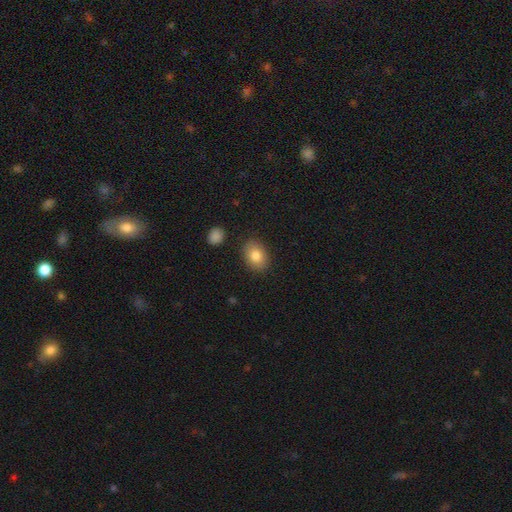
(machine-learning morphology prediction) Q: Smooth or featured?
A: smooth (83%); runner-up: featured or disk (9%)
Q: How rounded?
A: in between (71%); runner-up: round (28%)
Q: Merging?
A: none (86%); runner-up: minor disturbance (9%)